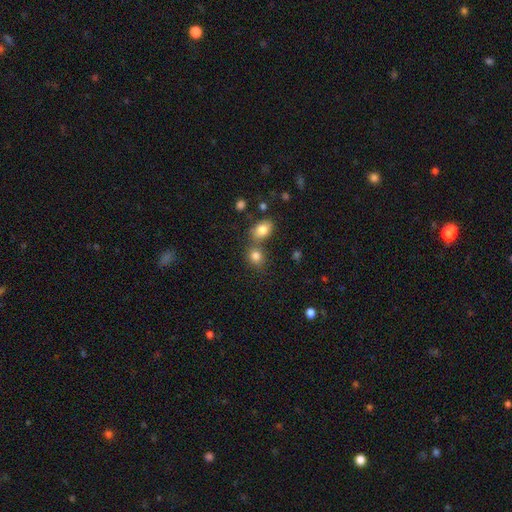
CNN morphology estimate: Smooth or featured: smooth — 81% (star or artifact — 11%)
How rounded: round — 61% (in between — 37%)
Merging: none — 53% (merger — 34%)